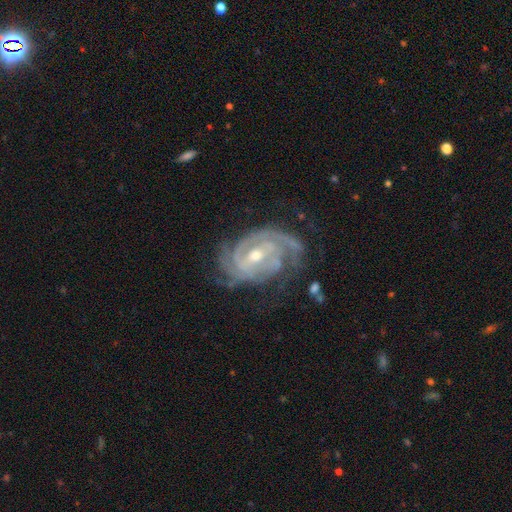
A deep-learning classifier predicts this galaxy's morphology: Overall: featured or disk (91%). Edge-on disk: no (97%). Bar: weak (47%; strong 27%). Spiral arms: yes (98%). Spiral arm count: 3 (31%; 2 21%). Spiral winding: tight (71%). Bulge size: moderate (57%; small 39%). Merging: none (67%).